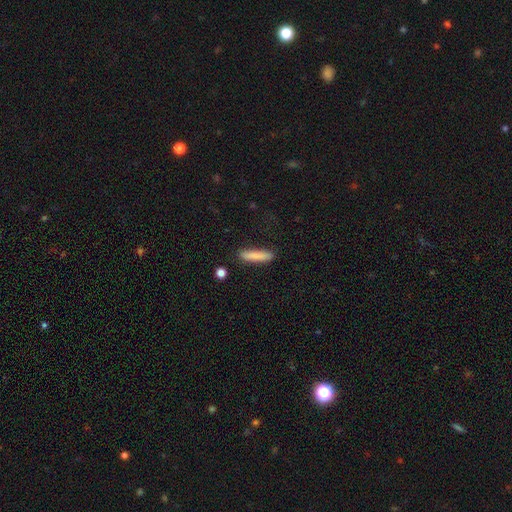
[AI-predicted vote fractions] Smooth or featured? Predicted: smooth (p=0.85). How rounded? Predicted: cigar-shaped (p=0.84). Merging? Predicted: none (p=0.86).